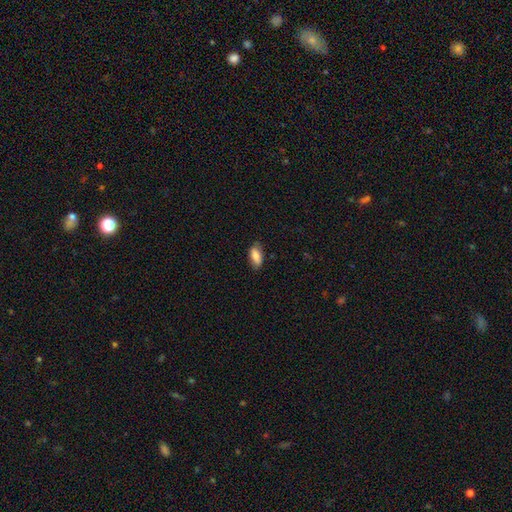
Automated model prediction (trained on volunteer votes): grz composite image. It shows a smooth galaxy with no disk features (80%) that is in between round and cigar-shaped (87%). Merging: none (78%).